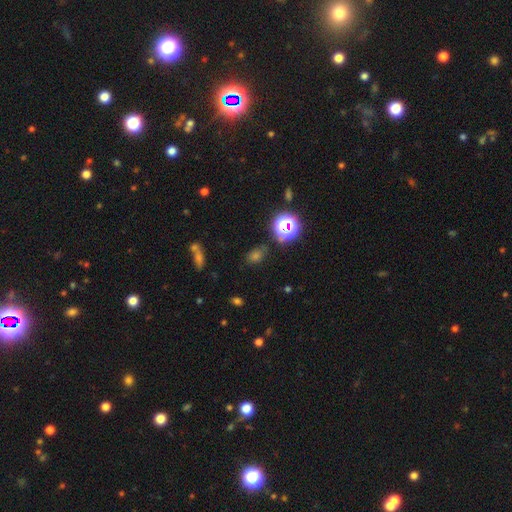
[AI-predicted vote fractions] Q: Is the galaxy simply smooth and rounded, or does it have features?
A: smooth — 46%.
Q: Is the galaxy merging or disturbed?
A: none — 77%.